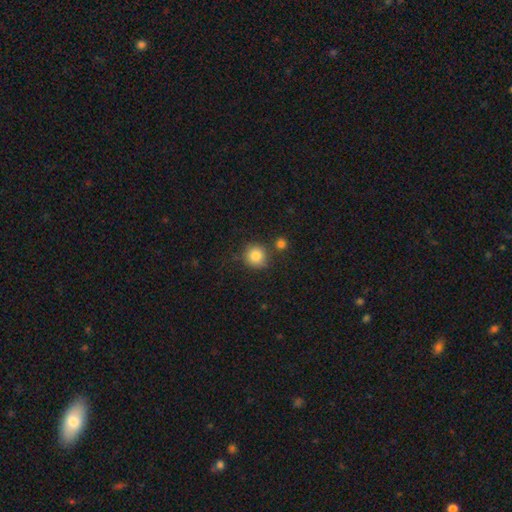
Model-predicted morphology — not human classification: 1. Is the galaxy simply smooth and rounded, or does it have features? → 85% smooth, 10% star or artifact, 5% featured or disk.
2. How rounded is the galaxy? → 91% round, 8% in between, 1% cigar-shaped.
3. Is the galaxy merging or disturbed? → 75% none, 11% minor disturbance, 10% merger, 4% major disturbance.